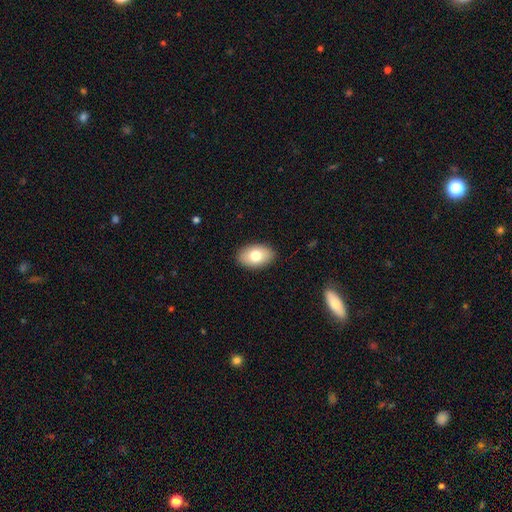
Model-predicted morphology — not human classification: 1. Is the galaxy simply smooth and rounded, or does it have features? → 76% smooth, 17% featured or disk, 7% star or artifact.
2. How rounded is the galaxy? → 90% in between, 9% round, 1% cigar-shaped.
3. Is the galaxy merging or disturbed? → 89% none, 8% minor disturbance, 2% major disturbance, 1% merger.